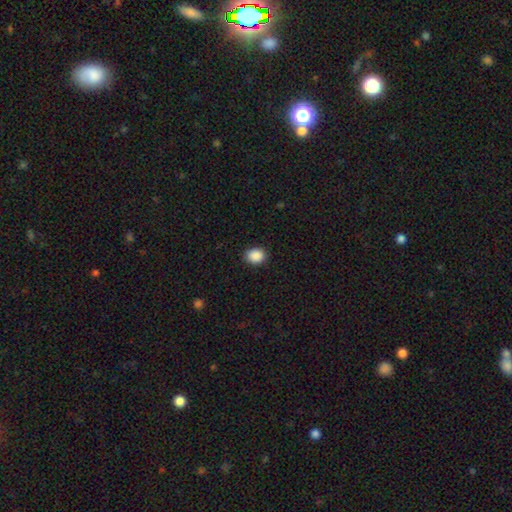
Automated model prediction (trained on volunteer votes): Overall: smooth (89%). How rounded: round (59%; in between 40%). Merging: none (90%).